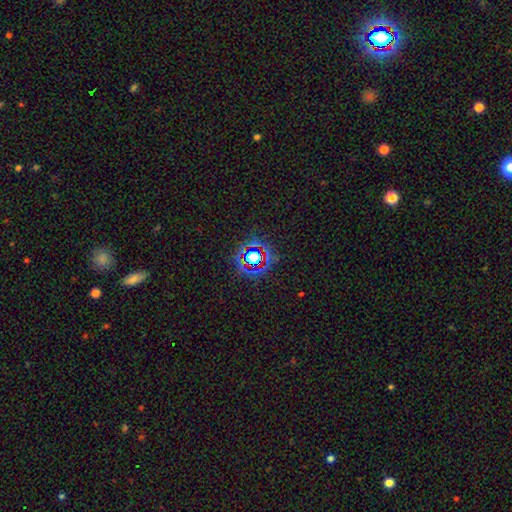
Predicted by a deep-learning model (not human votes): star or artifact 72%, smooth 17%, featured or disk 11%.